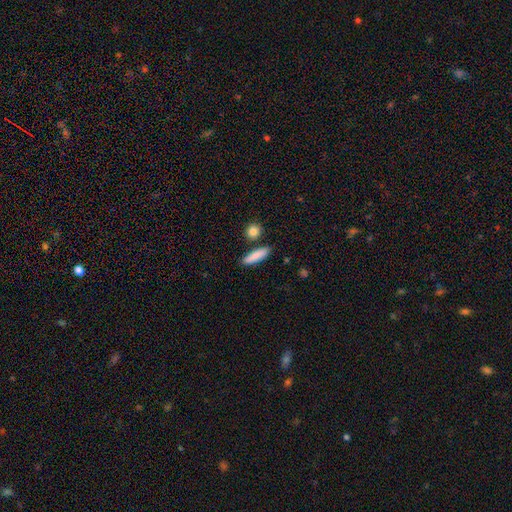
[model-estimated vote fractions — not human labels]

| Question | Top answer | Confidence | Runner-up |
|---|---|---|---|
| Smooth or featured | smooth | 85% | featured or disk (9%) |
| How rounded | cigar-shaped | 63% | in between (34%) |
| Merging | none | 84% | minor disturbance (9%) |